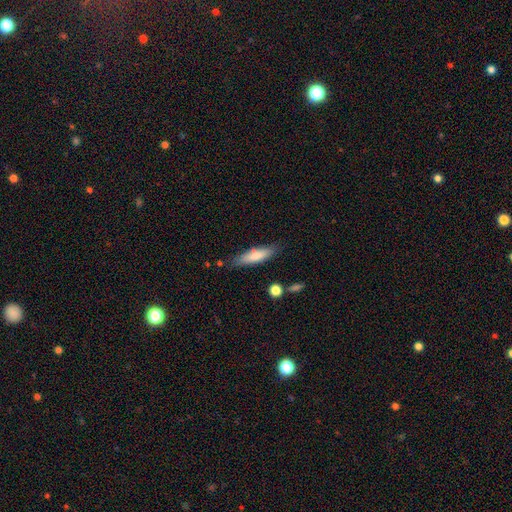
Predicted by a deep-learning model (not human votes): Overall: smooth (77%). How rounded: cigar-shaped (68%; in between 30%). Merging: none (80%).